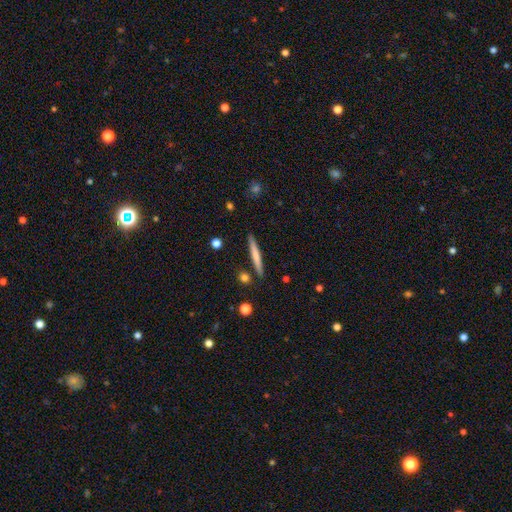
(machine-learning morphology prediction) Smooth or featured: smooth — 63% (featured or disk — 31%)
How rounded: cigar-shaped — 96% (in between — 3%)
Merging: none — 88% (minor disturbance — 7%)